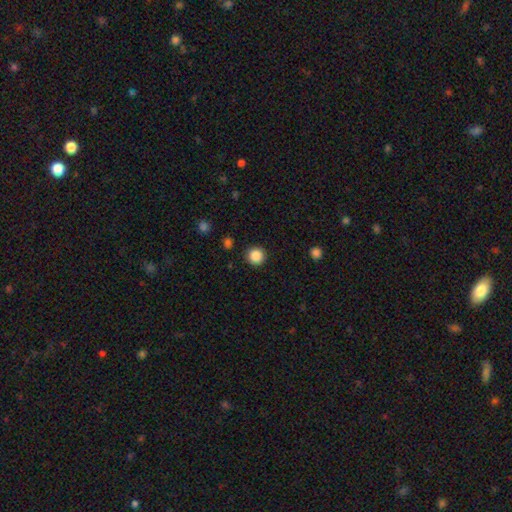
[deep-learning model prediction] Smooth or featured? Predicted: smooth (p=0.87). How rounded? Predicted: round (p=0.95). Merging? Predicted: none (p=0.92).